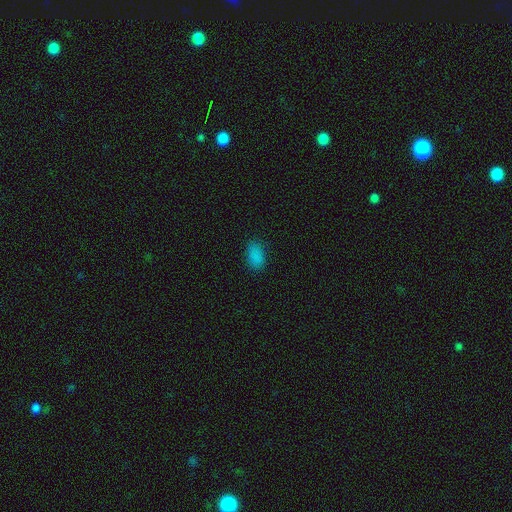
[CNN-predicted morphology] A smooth galaxy with no disk features (84%) that is in between round and cigar-shaped (92%). Merging: none (82%).